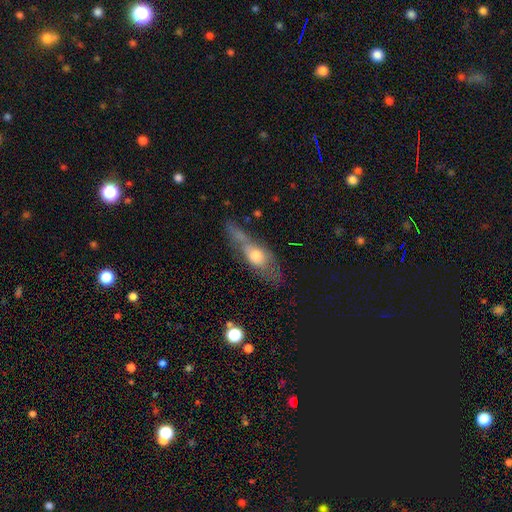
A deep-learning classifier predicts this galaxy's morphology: A smooth galaxy with no disk features (50%) that is in between round and cigar-shaped (56%). Merging: none (44%).